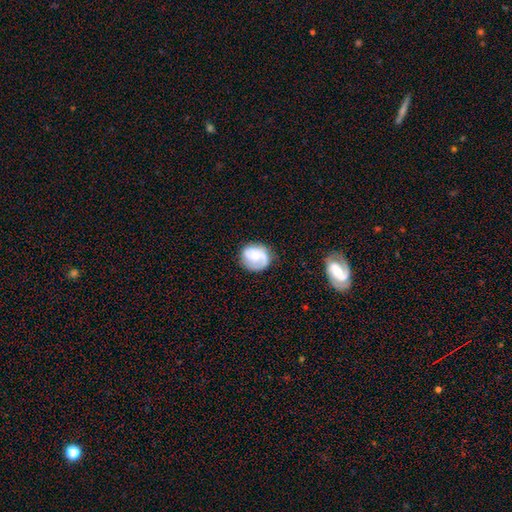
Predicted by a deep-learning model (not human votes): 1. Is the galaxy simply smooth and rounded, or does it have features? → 57% featured or disk, 35% smooth, 7% star or artifact.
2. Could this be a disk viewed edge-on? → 98% no, 2% yes.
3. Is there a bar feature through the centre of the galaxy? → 66% no, 28% weak, 6% strong.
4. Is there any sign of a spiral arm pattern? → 87% yes, 13% no.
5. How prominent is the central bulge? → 50% small, 31% moderate, 12% none, 5% large, 2% dominant.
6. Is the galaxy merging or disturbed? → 71% none, 19% minor disturbance, 8% major disturbance, 2% merger.